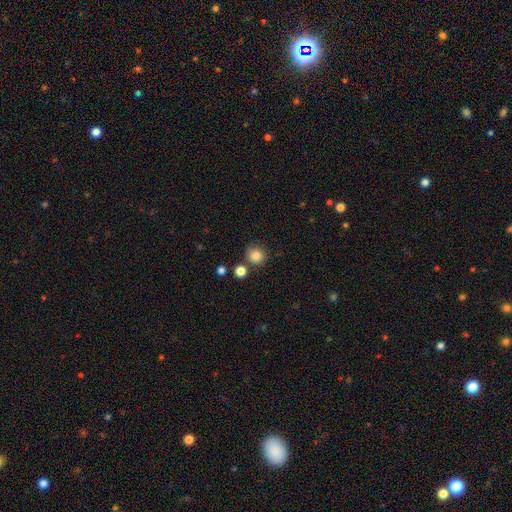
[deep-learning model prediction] The model was most divided on "merging": none: 80%, minor disturbance: 9%, merger: 8%, major disturbance: 3%. More confident: how rounded — round (92%); smooth or featured — smooth (84%).